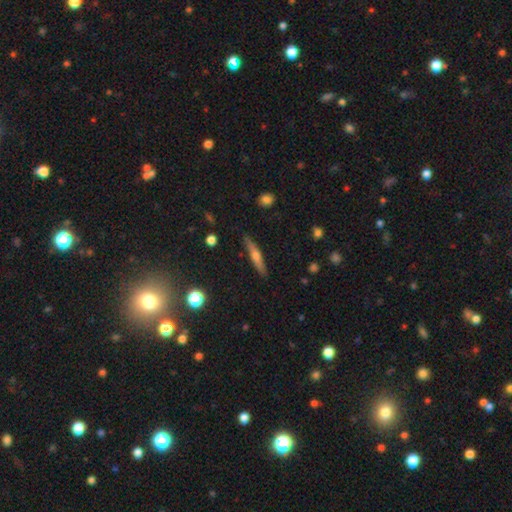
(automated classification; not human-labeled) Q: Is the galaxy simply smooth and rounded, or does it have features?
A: featured or disk — 52%.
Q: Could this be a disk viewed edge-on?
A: yes — 95%.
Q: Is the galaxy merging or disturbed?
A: none — 87%.